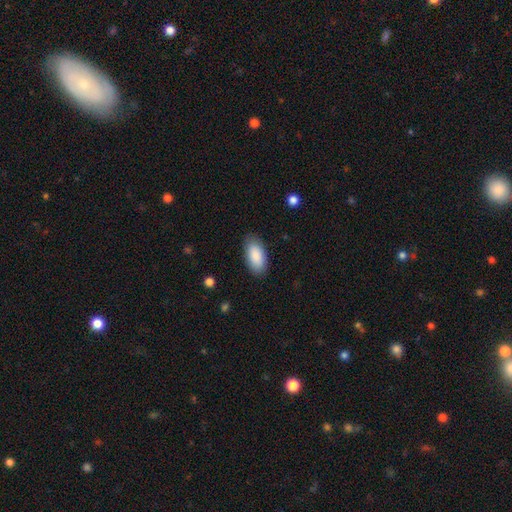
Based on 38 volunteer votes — smooth 89%, star or artifact 8%, featured or disk 3%. Down the decision tree: how rounded — in between (82%); merging — none (86%).